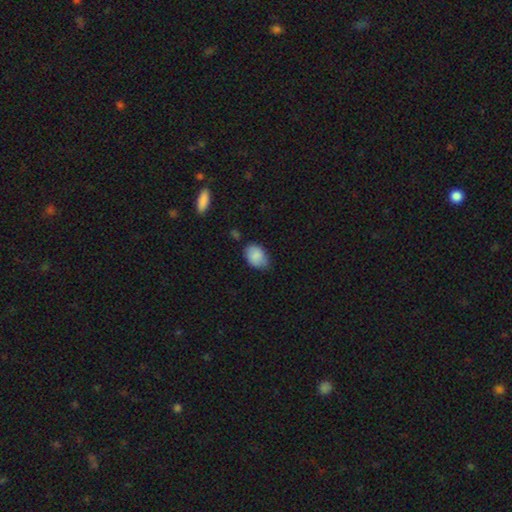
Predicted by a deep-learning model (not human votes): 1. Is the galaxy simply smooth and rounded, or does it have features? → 87% smooth, 7% star or artifact, 6% featured or disk.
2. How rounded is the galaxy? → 82% in between, 17% round, 1% cigar-shaped.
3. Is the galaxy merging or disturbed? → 68% none, 26% minor disturbance, 4% major disturbance, 2% merger.